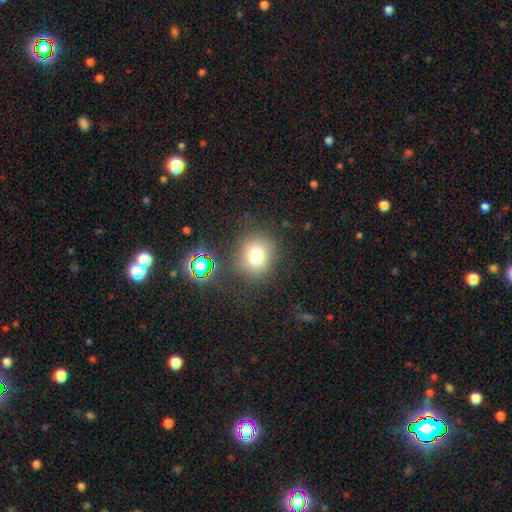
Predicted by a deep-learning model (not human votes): Smooth or featured?
  - smooth: 74% *
  - star or artifact: 16%
  - featured or disk: 9%
How rounded?
  - round: 79% *
  - in between: 20%
  - cigar-shaped: 1%
Merging?
  - none: 80% *
  - minor disturbance: 11%
  - major disturbance: 5%
  - merger: 4%